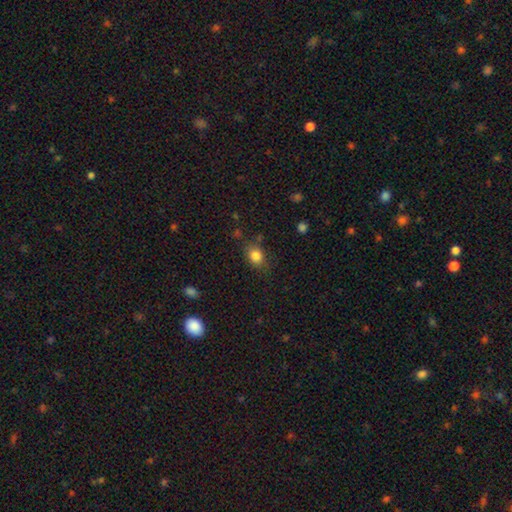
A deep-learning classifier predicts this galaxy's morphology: Q: Smooth or featured?
A: smooth (83%); runner-up: star or artifact (11%)
Q: How rounded?
A: in between (51%); runner-up: round (47%)
Q: Merging?
A: none (74%); runner-up: minor disturbance (18%)